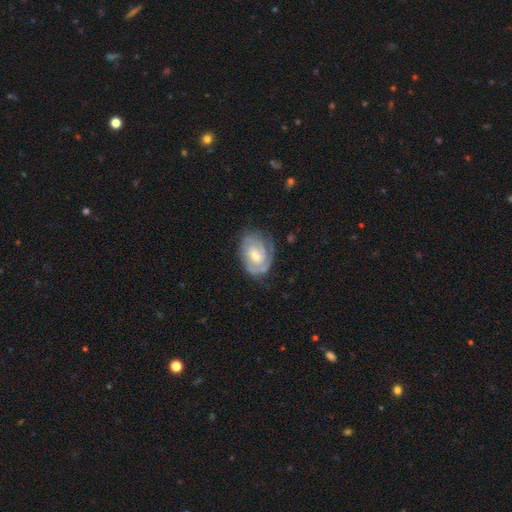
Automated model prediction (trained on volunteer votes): featured or disk 76%, smooth 18%, star or artifact 6%. Down the decision tree: edge-on disk — no (97%); bar — no (58%); spiral arms — yes (91%); spiral arm count — 2 (39%); spiral winding — tight (65%); bulge size — moderate (55%); merging — none (67%).